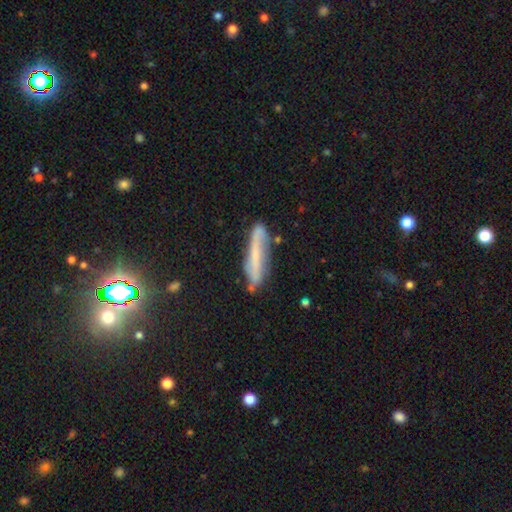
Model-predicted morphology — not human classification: A featured or disk galaxy (44%). Merging: none (70%).